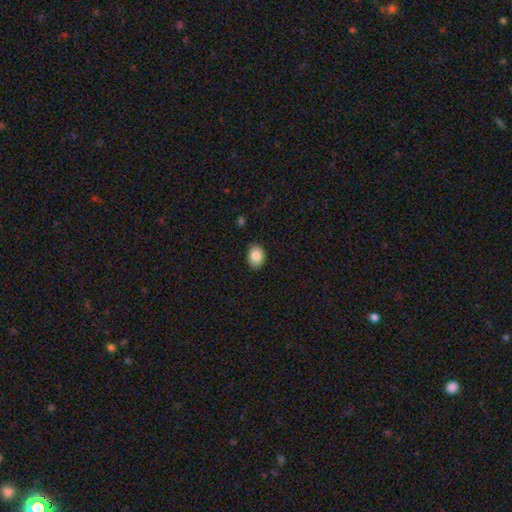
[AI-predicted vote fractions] The model was most divided on "how rounded": in between: 66%, round: 33%, cigar-shaped: 1%. More confident: merging — none (88%); smooth or featured — smooth (83%).